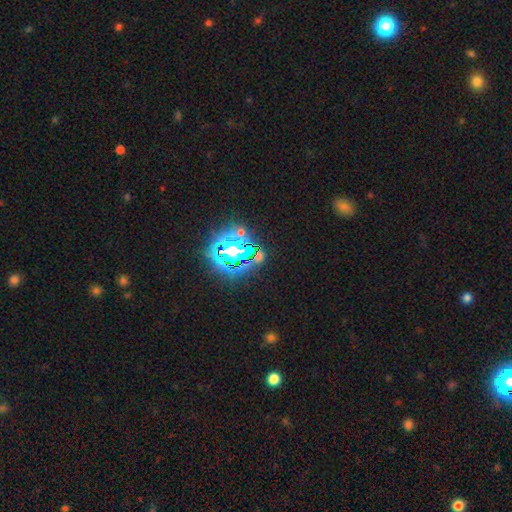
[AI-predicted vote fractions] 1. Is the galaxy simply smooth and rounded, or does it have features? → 69% star or artifact, 20% smooth, 12% featured or disk.